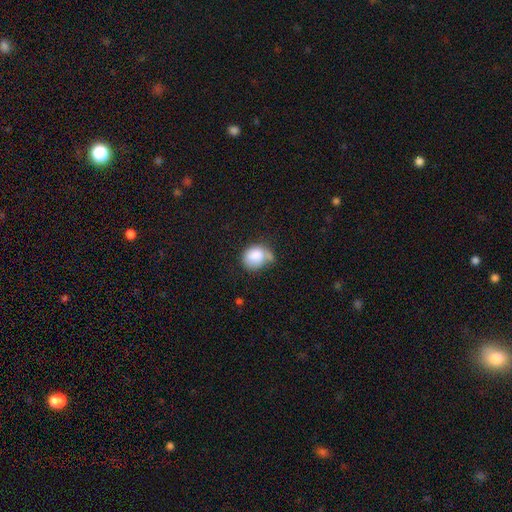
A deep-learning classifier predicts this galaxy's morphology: Smooth or featured?
  - smooth: 84% *
  - star or artifact: 8%
  - featured or disk: 8%
How rounded?
  - round: 61% *
  - in between: 38%
  - cigar-shaped: 1%
Merging?
  - none: 38% *
  - minor disturbance: 32%
  - merger: 17%
  - major disturbance: 13%